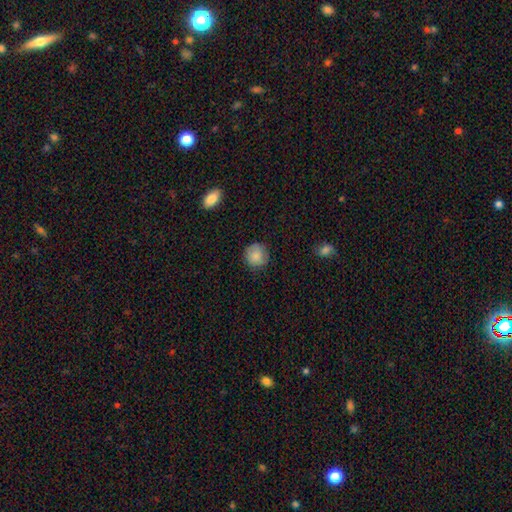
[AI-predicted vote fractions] A smooth galaxy with no disk features (83%) that is round (92%).

Vote fractions:
- Smooth or featured? smooth: 83% / featured or disk: 9% / star or artifact: 8%
- How rounded? round: 92% / in between: 7% / cigar-shaped: 1%
- Merging? none: 83% / minor disturbance: 13% / major disturbance: 3% / merger: 1%